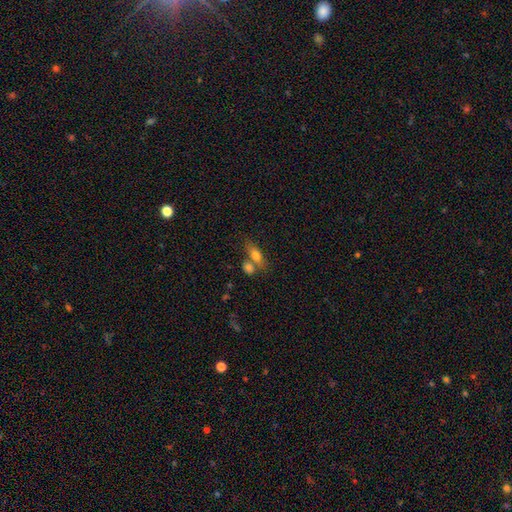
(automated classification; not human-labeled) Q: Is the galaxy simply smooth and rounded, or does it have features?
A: smooth — 74%.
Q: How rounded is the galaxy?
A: in between — 75%.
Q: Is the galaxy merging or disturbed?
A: none — 44%.